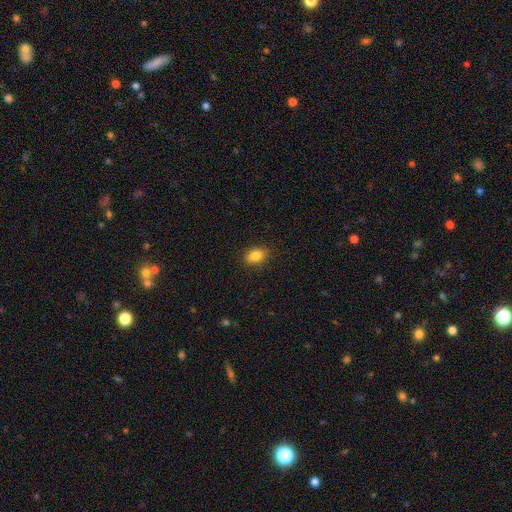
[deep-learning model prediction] Smooth or featured?
  - smooth: 83% *
  - star or artifact: 9%
  - featured or disk: 8%
How rounded?
  - in between: 76% *
  - round: 23%
  - cigar-shaped: 2%
Merging?
  - none: 87% *
  - minor disturbance: 10%
  - major disturbance: 2%
  - merger: 1%